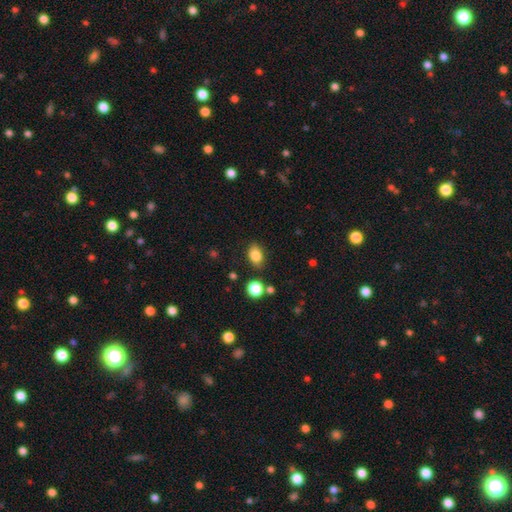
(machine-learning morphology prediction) This appears to be a smooth galaxy with no disk features (83%) that is in between round and cigar-shaped (78%). Merging: none (81%).